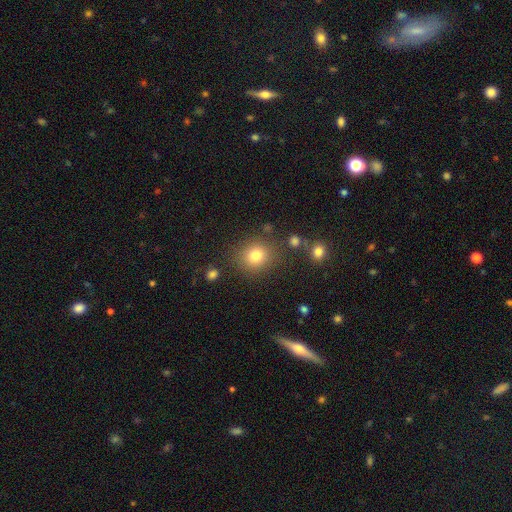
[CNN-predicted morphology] type=smooth (79%); roundness=round (84%); merging=none (83%).